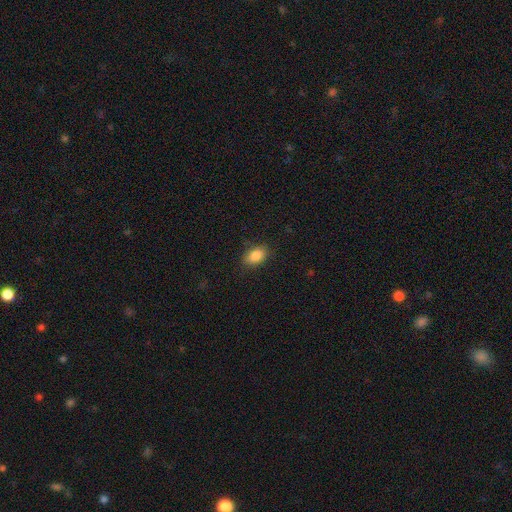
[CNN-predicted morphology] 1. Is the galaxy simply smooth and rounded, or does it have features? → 86% smooth, 8% star or artifact, 6% featured or disk.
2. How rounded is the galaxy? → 86% in between, 12% round, 2% cigar-shaped.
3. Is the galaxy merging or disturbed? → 85% none, 11% minor disturbance, 3% major disturbance, 1% merger.